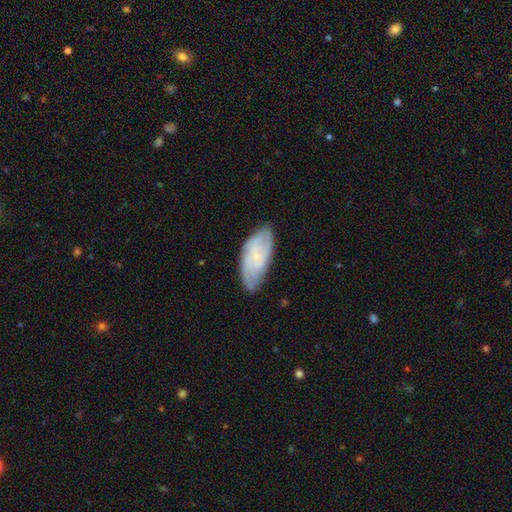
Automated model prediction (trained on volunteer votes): This appears to be a featured or disk galaxy (58%) with no bar (62%), spiral arms (87%) and a small central bulge (73%). Merging: none (73%).